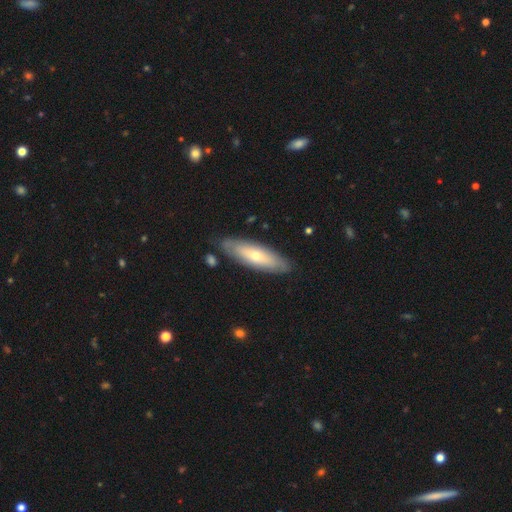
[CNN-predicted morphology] A smooth galaxy with no disk features (52%) that is cigar-shaped (55%). Merging: none (84%).